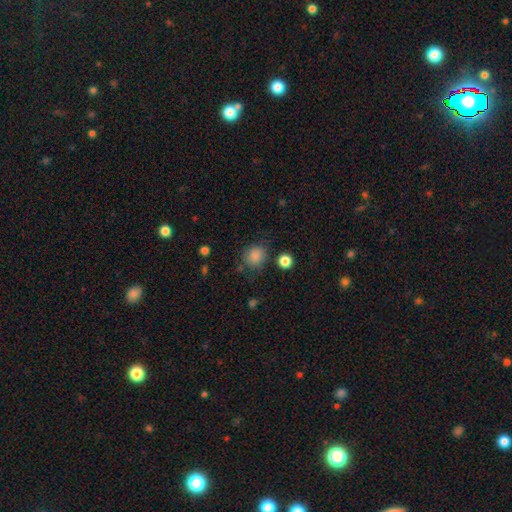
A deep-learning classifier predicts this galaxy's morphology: This appears to be a smooth galaxy with no disk features (83%) that is round (82%). Merging: none (77%).